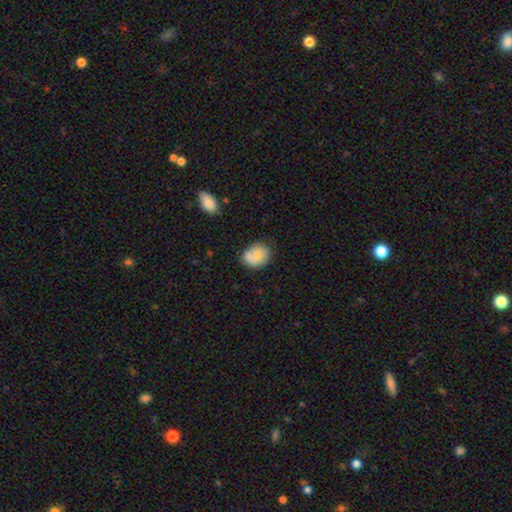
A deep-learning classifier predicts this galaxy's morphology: A smooth galaxy with no disk features (73%) that is round (50%). Merging: none (59%).